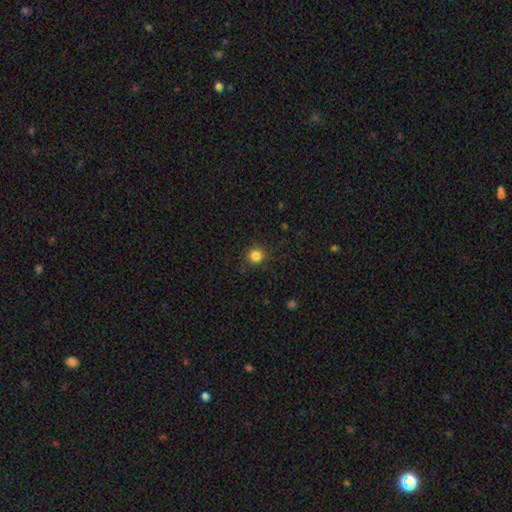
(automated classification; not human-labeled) Smooth or featured?
  - smooth: 83% *
  - star or artifact: 12%
  - featured or disk: 5%
How rounded?
  - round: 94% *
  - in between: 5%
  - cigar-shaped: 1%
Merging?
  - none: 88% *
  - minor disturbance: 8%
  - major disturbance: 2%
  - merger: 1%